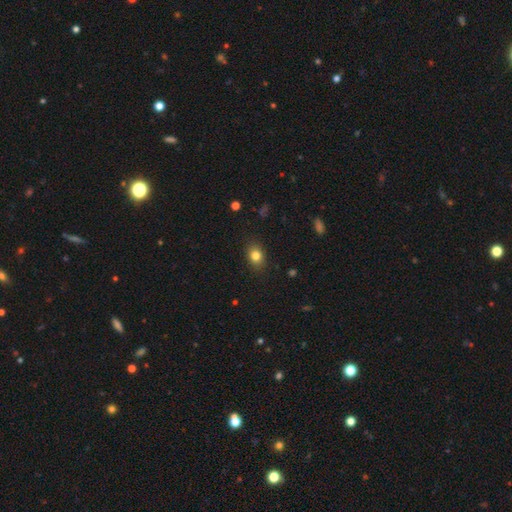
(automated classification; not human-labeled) Overall: smooth (81%). How rounded: in between (59%; round 40%). Merging: none (87%).